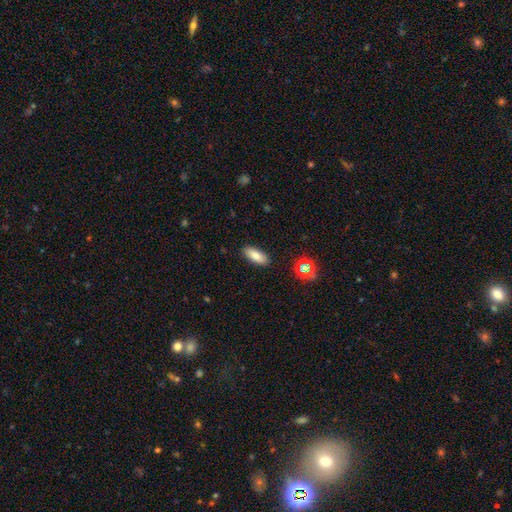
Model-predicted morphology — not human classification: This is clearly a smooth galaxy (81%). How rounded: likely in between (77%). Merging: clearly none (89%).